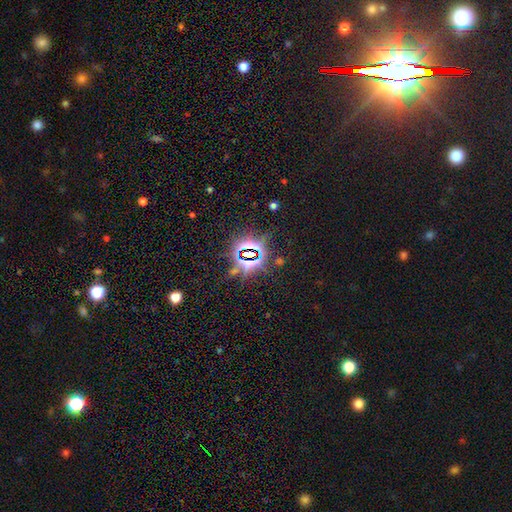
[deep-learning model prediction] Overall: star or artifact (83%).